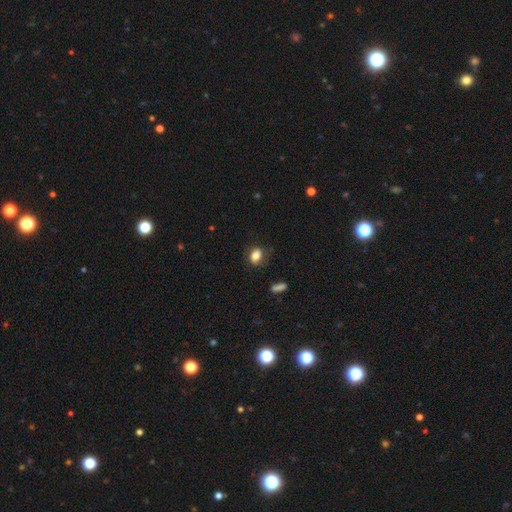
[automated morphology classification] Smooth or featured: smooth — 83% (star or artifact — 9%)
How rounded: in between — 67% (round — 31%)
Merging: none — 76% (minor disturbance — 18%)